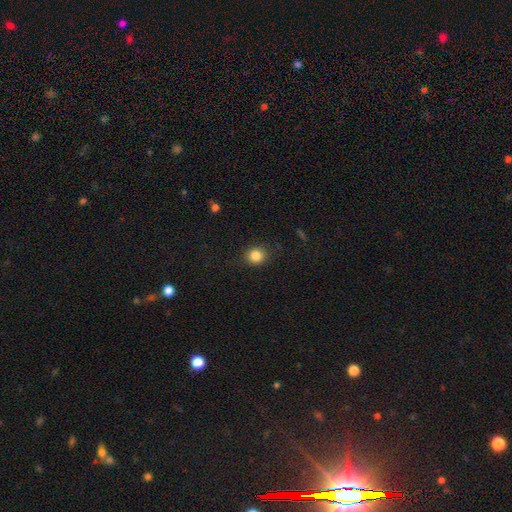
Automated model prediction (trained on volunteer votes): Smooth or featured?
  - smooth: 84% *
  - star or artifact: 11%
  - featured or disk: 5%
How rounded?
  - round: 79% *
  - in between: 21%
  - cigar-shaped: 1%
Merging?
  - none: 85% *
  - minor disturbance: 10%
  - major disturbance: 3%
  - merger: 1%